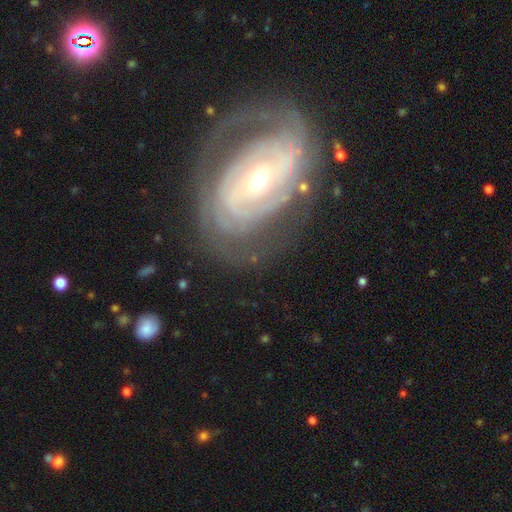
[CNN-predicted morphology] Smooth or featured? featured or disk (86%)
Edge-on disk? no (96%)
Bar? no (37%)
Spiral arms? yes (92%)
Spiral winding? tight (62%)
Spiral arm count? 2 (39%)
Bulge size? small (52%)
Merging? none (68%)